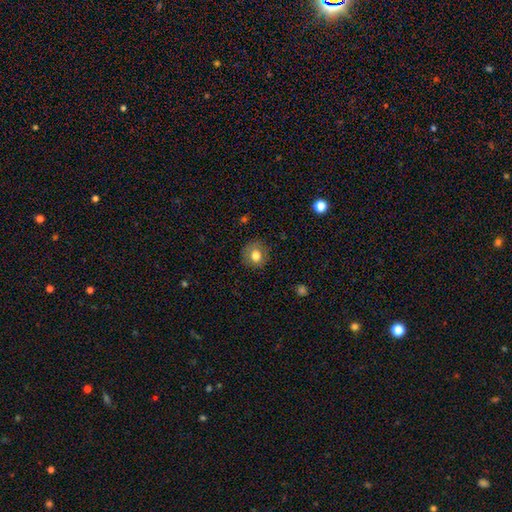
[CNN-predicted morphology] This appears to be a smooth galaxy with no disk features (78%) that is round (85%). Merging: none (85%).